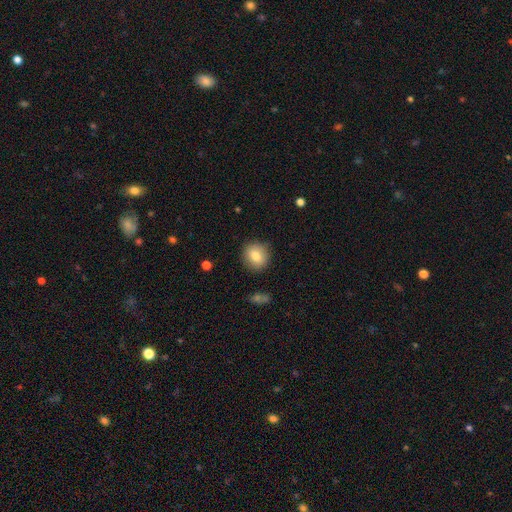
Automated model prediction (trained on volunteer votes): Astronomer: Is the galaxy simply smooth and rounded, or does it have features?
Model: smooth — 80%.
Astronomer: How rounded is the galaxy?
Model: round — 84%.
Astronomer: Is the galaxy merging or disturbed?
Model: none — 87%.